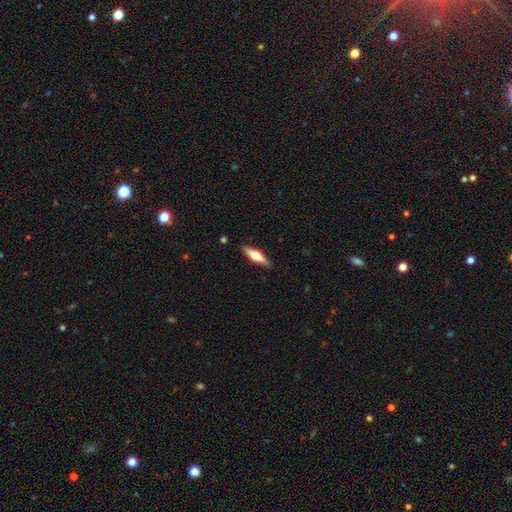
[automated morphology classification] A featured or disk galaxy (58%) viewed edge-on (95%) with a rounded central bulge (94%). Merging: none (89%).